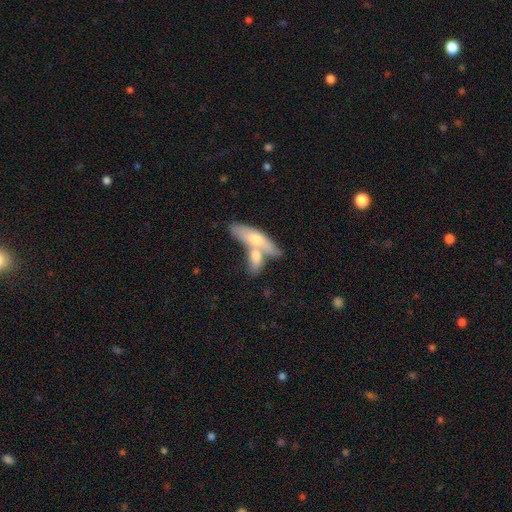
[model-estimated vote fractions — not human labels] smooth-or-featured: smooth: 63% | featured or disk: 32% | star or artifact: 5%
  how-rounded: in between: 51% | cigar-shaped: 45% | round: 4%
  merging: merger: 57% | none: 30% | minor disturbance: 9% | major disturbance: 4%